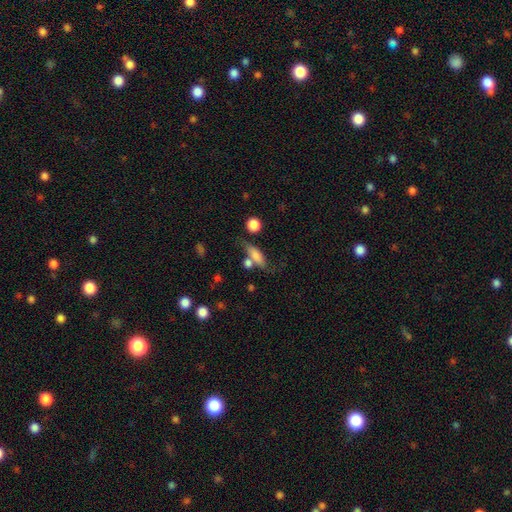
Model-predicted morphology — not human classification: type=smooth (69%); roundness=in between (47%); merging=none (52%).